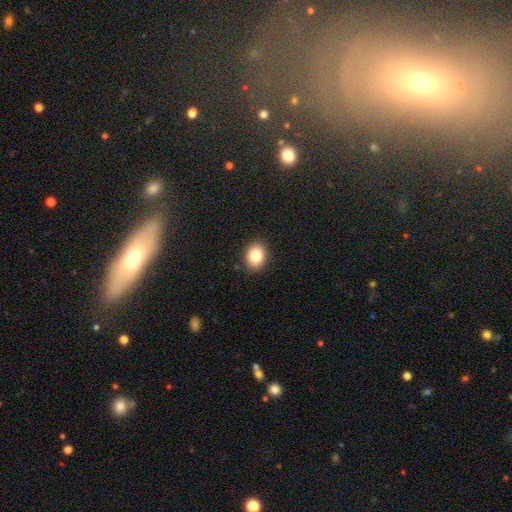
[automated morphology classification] Q: Smooth or featured?
A: smooth (83%); runner-up: star or artifact (9%)
Q: How rounded?
A: in between (51%); runner-up: round (48%)
Q: Merging?
A: none (90%); runner-up: minor disturbance (7%)